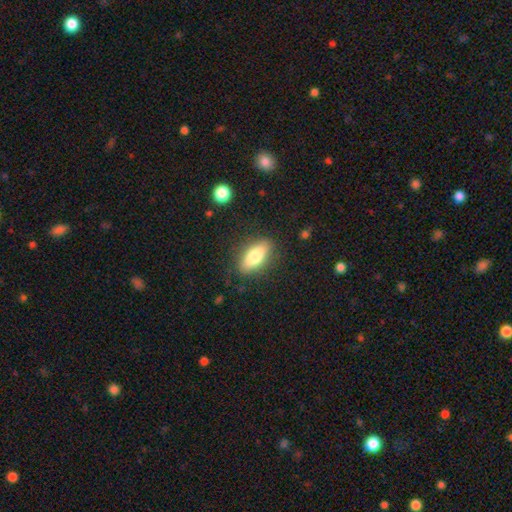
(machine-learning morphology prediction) This is likely a smooth galaxy (75%). How rounded: likely in between (79%). Merging: clearly none (85%).